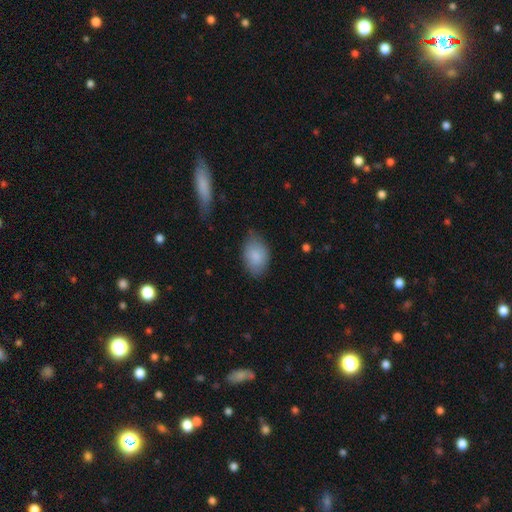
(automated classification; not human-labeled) Smooth or featured?
  - smooth: 85% *
  - featured or disk: 9%
  - star or artifact: 6%
How rounded?
  - in between: 87% *
  - round: 12%
  - cigar-shaped: 1%
Merging?
  - none: 69% *
  - minor disturbance: 24%
  - major disturbance: 5%
  - merger: 2%